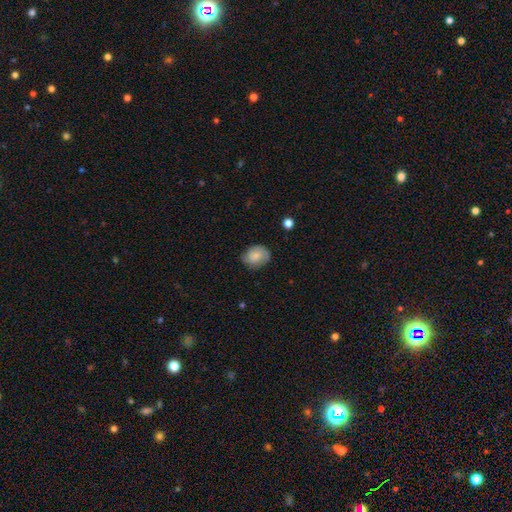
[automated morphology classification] This is likely a smooth galaxy (69%). How rounded: possibly in between (51%). Merging: likely none (73%).